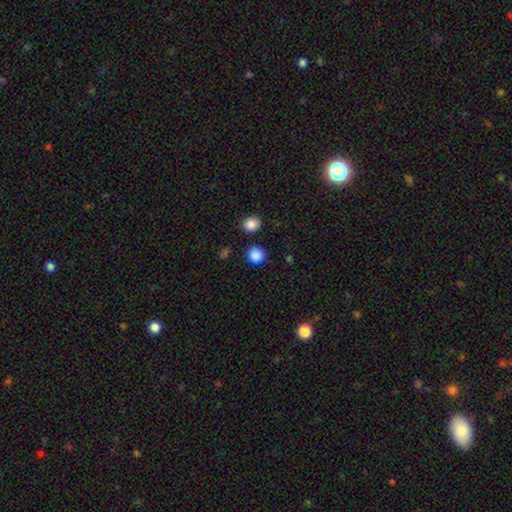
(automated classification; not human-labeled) smooth_or_featured: smooth (p=0.87) [alt: star or artifact p=0.10]
how_rounded: round (p=0.88) [alt: in between p=0.11]
merging: none (p=0.84) [alt: minor disturbance p=0.09]